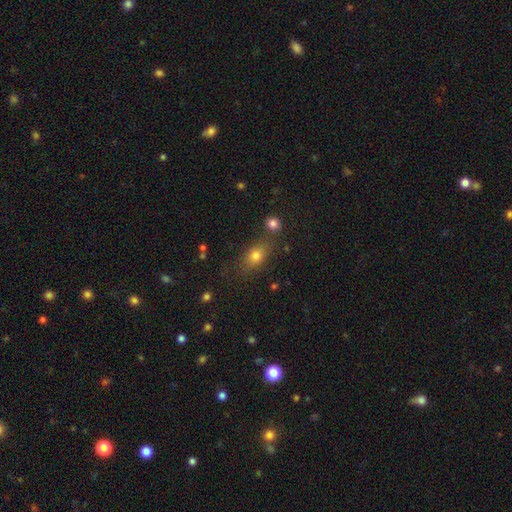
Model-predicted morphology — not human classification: A smooth galaxy with no disk features (76%) that is in between round and cigar-shaped (66%). Merging: none (69%).